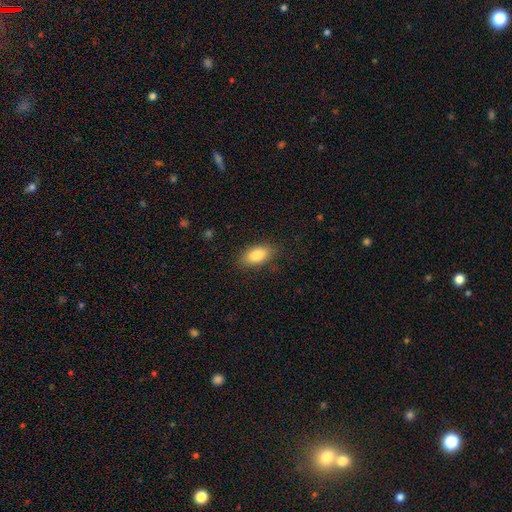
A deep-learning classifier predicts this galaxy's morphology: This appears to be a smooth galaxy with no disk features (84%) that is in between round and cigar-shaped (89%). Merging: none (85%).